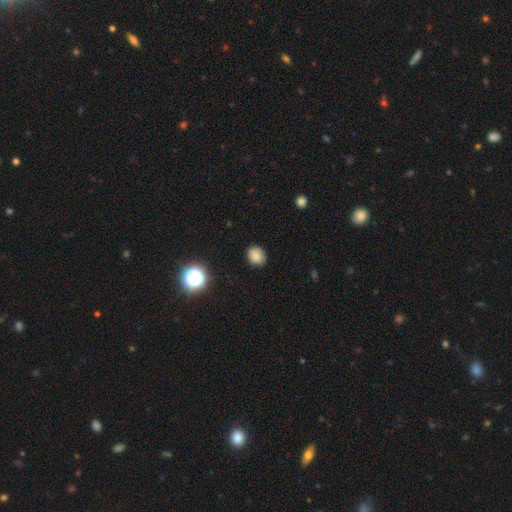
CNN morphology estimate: smooth_or_featured: smooth (p=0.81) [alt: star or artifact p=0.13]
how_rounded: round (p=0.68) [alt: in between p=0.31]
merging: none (p=0.84) [alt: minor disturbance p=0.12]